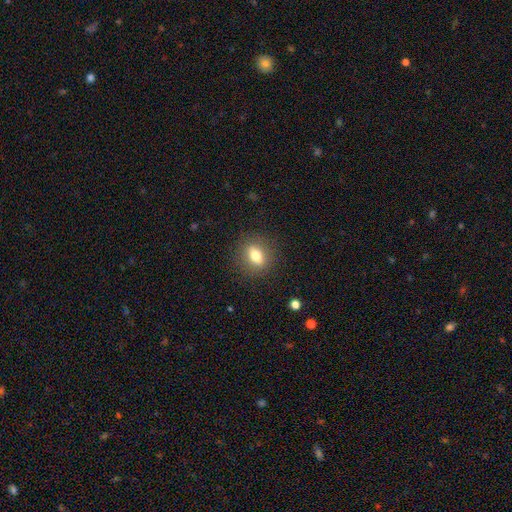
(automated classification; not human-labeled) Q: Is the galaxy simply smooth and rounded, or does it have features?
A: smooth — 75%.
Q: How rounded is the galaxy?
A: in between — 58%.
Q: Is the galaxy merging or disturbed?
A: none — 86%.